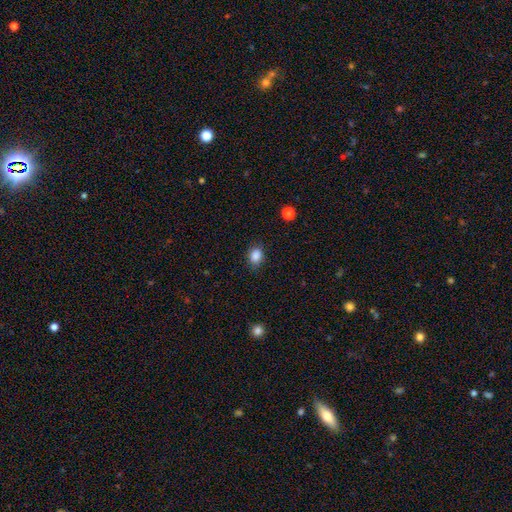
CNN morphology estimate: The model was most divided on "how rounded": in between: 63%, round: 36%, cigar-shaped: 1%. More confident: smooth or featured — smooth (87%); merging — none (82%).